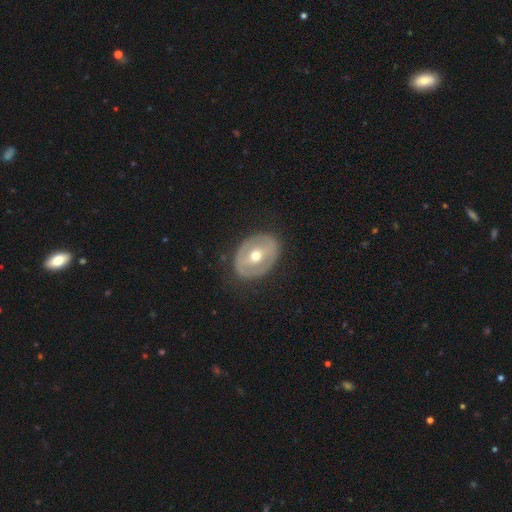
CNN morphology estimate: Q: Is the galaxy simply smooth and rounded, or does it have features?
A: featured or disk — 62%.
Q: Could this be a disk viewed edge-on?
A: no — 93%.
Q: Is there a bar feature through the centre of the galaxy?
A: no — 49%.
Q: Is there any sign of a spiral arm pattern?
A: no — 79%.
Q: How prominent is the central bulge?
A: moderate — 73%.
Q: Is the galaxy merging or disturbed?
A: none — 80%.